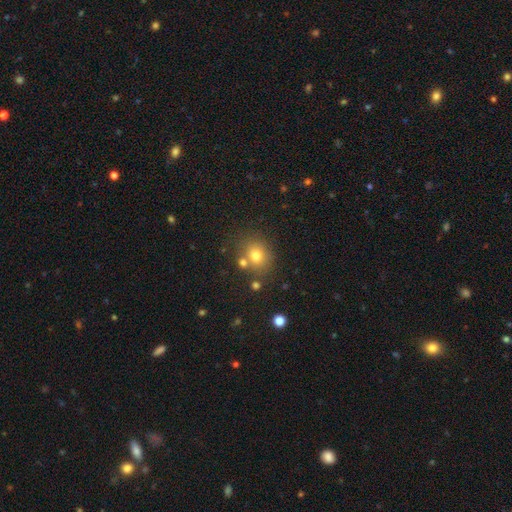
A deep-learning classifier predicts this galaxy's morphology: A smooth galaxy with no disk features (75%) that is round (72%).

Vote fractions:
- Smooth or featured? smooth: 75% / star or artifact: 15% / featured or disk: 10%
- How rounded? round: 72% / in between: 27% / cigar-shaped: 1%
- Merging? none: 72% / merger: 13% / minor disturbance: 11% / major disturbance: 4%